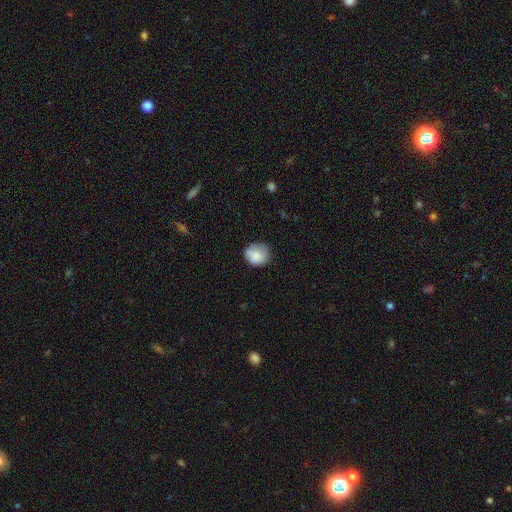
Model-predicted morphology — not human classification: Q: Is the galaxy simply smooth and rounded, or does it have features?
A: smooth — 85%.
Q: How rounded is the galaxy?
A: round — 80%.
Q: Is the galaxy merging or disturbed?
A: none — 70%.